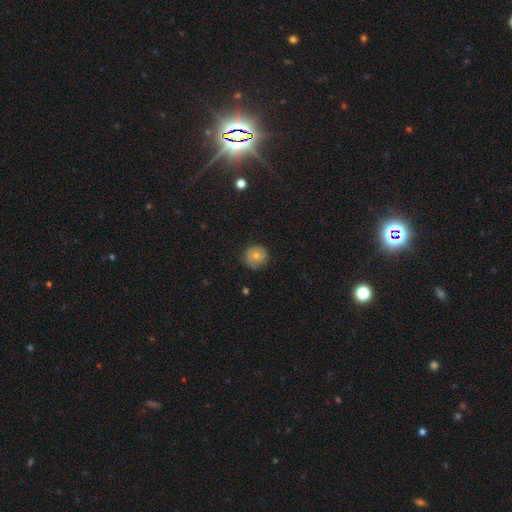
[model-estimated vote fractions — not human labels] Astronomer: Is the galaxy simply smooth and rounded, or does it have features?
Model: smooth — 61%.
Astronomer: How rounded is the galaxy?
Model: round — 91%.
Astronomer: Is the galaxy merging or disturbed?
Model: none — 76%.